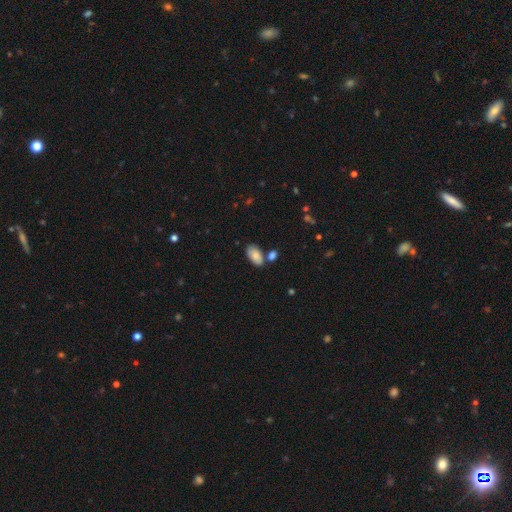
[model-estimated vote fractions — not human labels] A smooth galaxy with no disk features (83%) that is in between round and cigar-shaped (94%).

Vote fractions:
- Smooth or featured? smooth: 83% / featured or disk: 10% / star or artifact: 7%
- How rounded? in between: 94% / round: 3% / cigar-shaped: 2%
- Merging? none: 66% / merger: 17% / minor disturbance: 14% / major disturbance: 3%